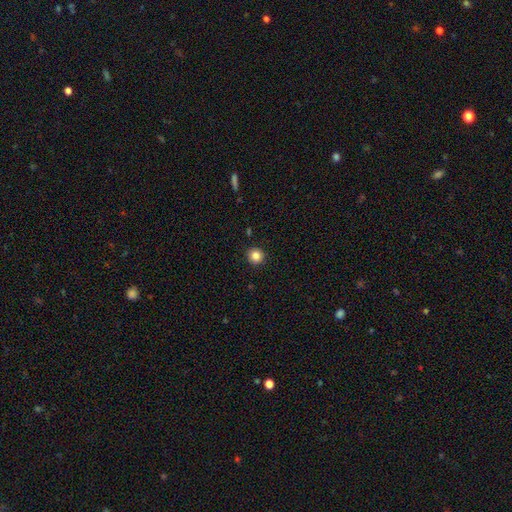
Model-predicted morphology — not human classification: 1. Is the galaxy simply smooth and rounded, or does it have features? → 85% smooth, 11% star or artifact, 4% featured or disk.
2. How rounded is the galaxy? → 94% round, 5% in between, 1% cigar-shaped.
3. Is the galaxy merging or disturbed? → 92% none, 5% minor disturbance, 2% major disturbance, 1% merger.